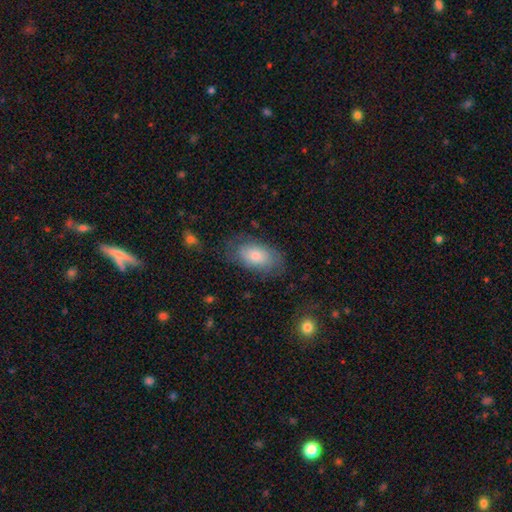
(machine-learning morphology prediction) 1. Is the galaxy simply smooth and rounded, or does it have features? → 73% smooth, 20% featured or disk, 7% star or artifact.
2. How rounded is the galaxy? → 93% in between, 5% round, 2% cigar-shaped.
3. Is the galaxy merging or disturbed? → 68% none, 21% minor disturbance, 9% major disturbance, 2% merger.